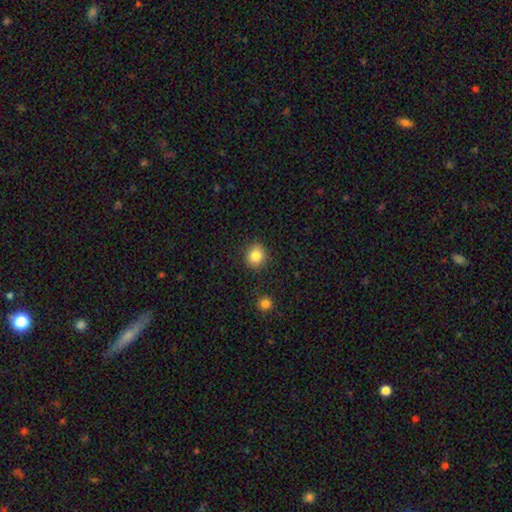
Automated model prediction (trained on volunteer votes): A smooth galaxy with no disk features (84%) that is round (81%).

Vote fractions:
- Smooth or featured? smooth: 84% / star or artifact: 10% / featured or disk: 6%
- How rounded? round: 81% / in between: 18% / cigar-shaped: 1%
- Merging? none: 89% / minor disturbance: 7% / major disturbance: 2% / merger: 2%